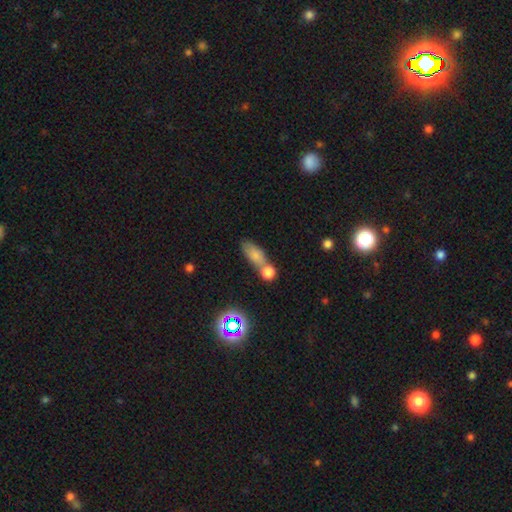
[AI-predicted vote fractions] A smooth galaxy with no disk features (70%) that is in between round and cigar-shaped (66%). Merging: merger (43%).